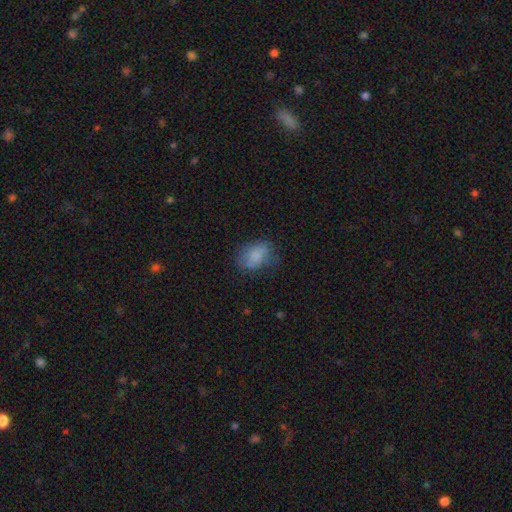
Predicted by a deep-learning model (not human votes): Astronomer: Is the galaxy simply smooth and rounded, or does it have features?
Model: smooth — 77%.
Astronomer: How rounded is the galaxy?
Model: in between — 79%.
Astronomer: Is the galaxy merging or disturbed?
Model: none — 60%.